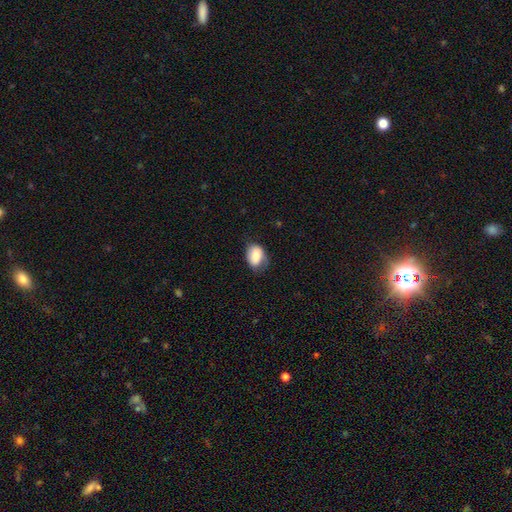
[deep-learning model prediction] The model was most divided on "merging": none: 58%, minor disturbance: 31%, major disturbance: 9%, merger: 1%. More confident: smooth or featured — smooth (82%); how rounded — in between (80%).